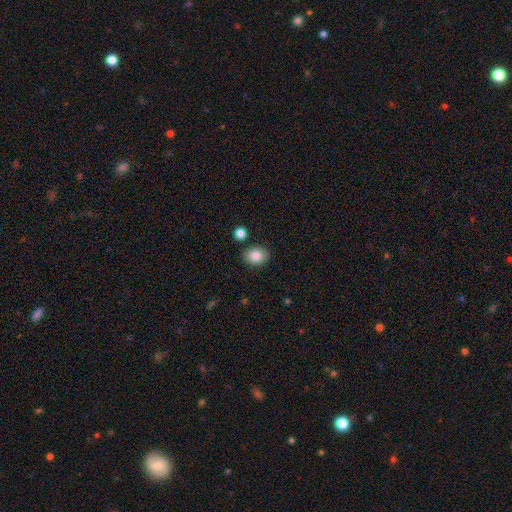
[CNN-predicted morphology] smooth-or-featured: smooth: 85% | star or artifact: 8% | featured or disk: 7%
  how-rounded: in between: 59% | round: 40% | cigar-shaped: 1%
  merging: none: 85% | minor disturbance: 9% | merger: 4% | major disturbance: 2%